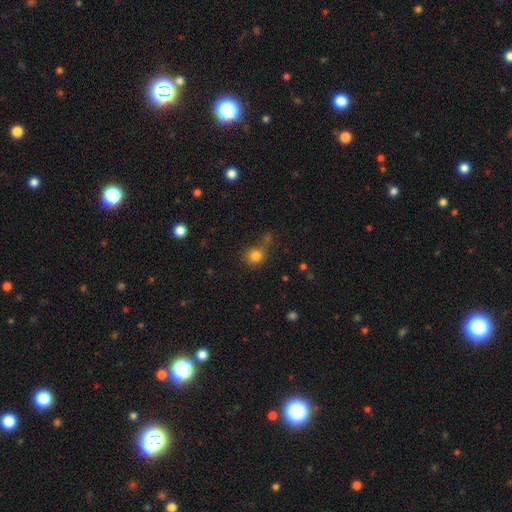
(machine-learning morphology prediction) Q: Smooth or featured?
A: smooth (80%); runner-up: star or artifact (13%)
Q: How rounded?
A: round (81%); runner-up: in between (18%)
Q: Merging?
A: none (59%); runner-up: merger (19%)